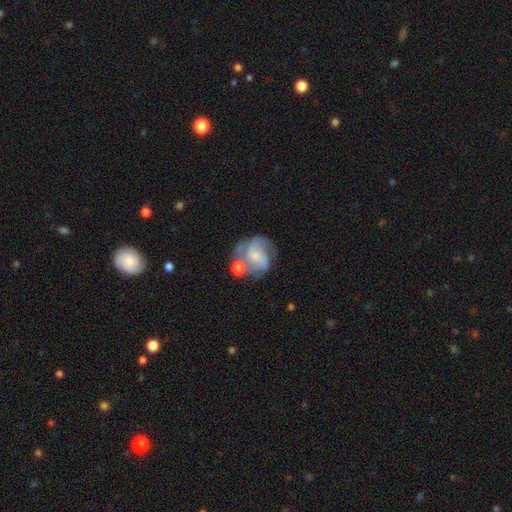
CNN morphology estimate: Smooth or featured? featured or disk (68%)
Edge-on disk? no (98%)
Bar? no (65%)
Spiral arms? yes (86%)
Spiral winding? medium (48%)
Spiral arm count? 2 (52%)
Bulge size? small (60%)
Merging? none (44%)